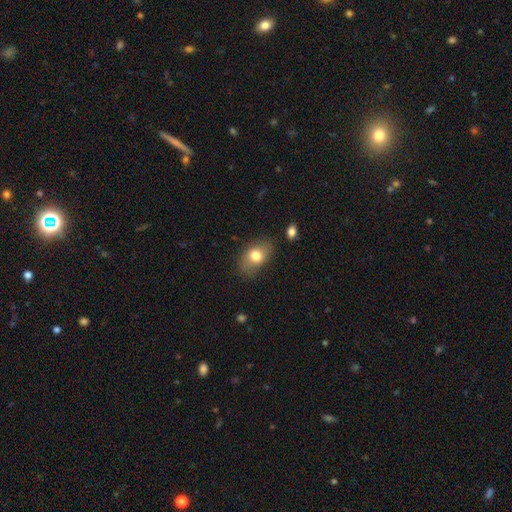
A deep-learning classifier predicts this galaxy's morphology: Smooth or featured? smooth (75%)
How rounded? in between (81%)
Merging? none (76%)